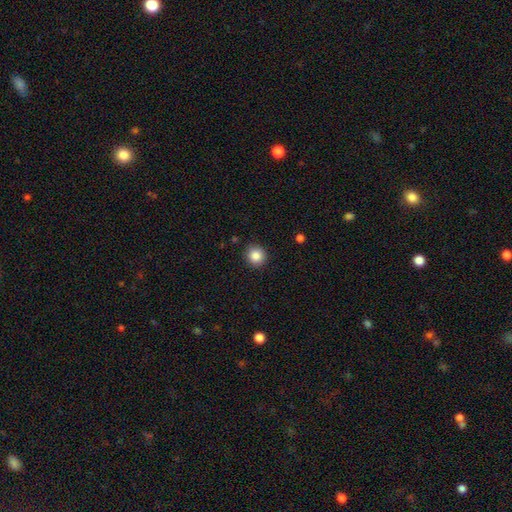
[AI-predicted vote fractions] A smooth galaxy with no disk features (87%) that is round (92%).

Vote fractions:
- Smooth or featured? smooth: 87% / star or artifact: 9% / featured or disk: 4%
- How rounded? round: 92% / in between: 7% / cigar-shaped: 1%
- Merging? none: 91% / minor disturbance: 6% / major disturbance: 2% / merger: 1%